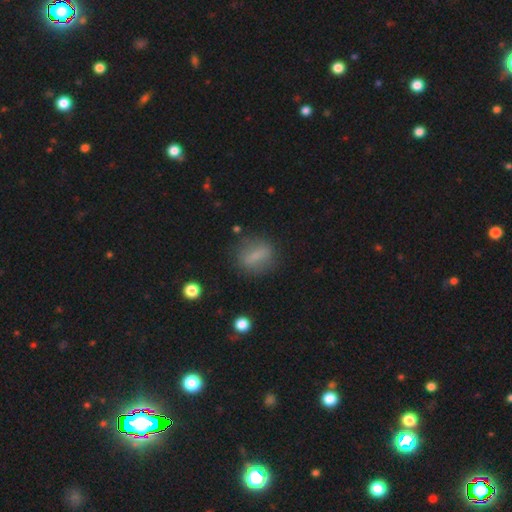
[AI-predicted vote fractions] smooth 65%, featured or disk 24%, star or artifact 11%. Down the decision tree: how rounded — in between (49%); merging — none (80%).